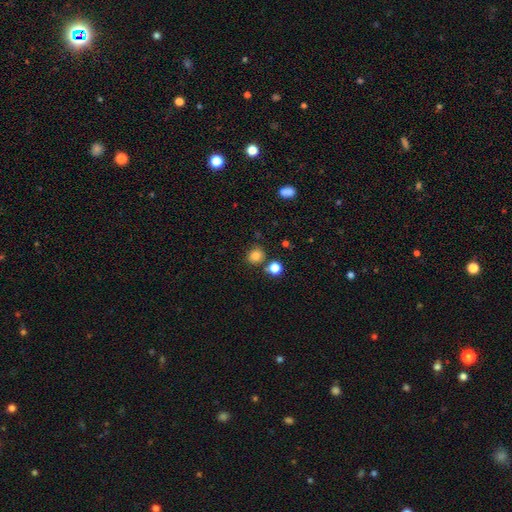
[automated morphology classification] smooth 82%, star or artifact 13%, featured or disk 5%. Down the decision tree: how rounded — round (83%); merging — none (77%).